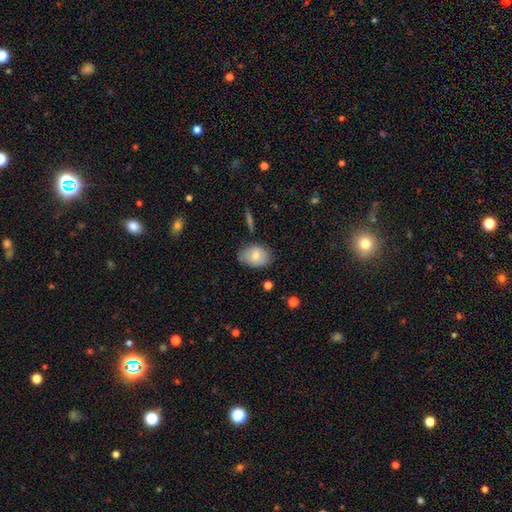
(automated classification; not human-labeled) Q: Smooth or featured?
A: smooth (74%); runner-up: featured or disk (19%)
Q: How rounded?
A: in between (75%); runner-up: round (24%)
Q: Merging?
A: none (70%); runner-up: minor disturbance (23%)